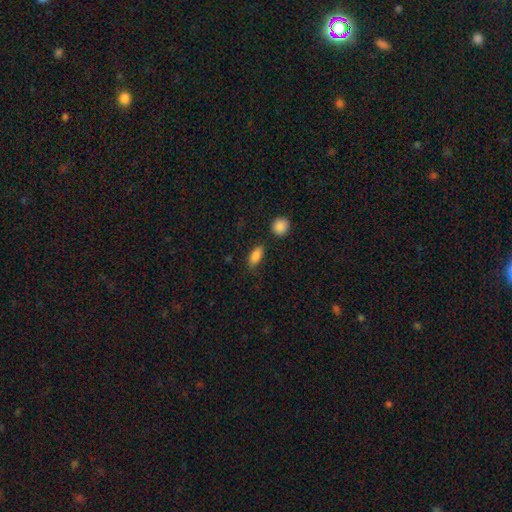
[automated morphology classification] smooth-or-featured: smooth: 87% | star or artifact: 8% | featured or disk: 5%
  how-rounded: in between: 87% | cigar-shaped: 8% | round: 6%
  merging: none: 76% | minor disturbance: 16% | major disturbance: 4% | merger: 4%